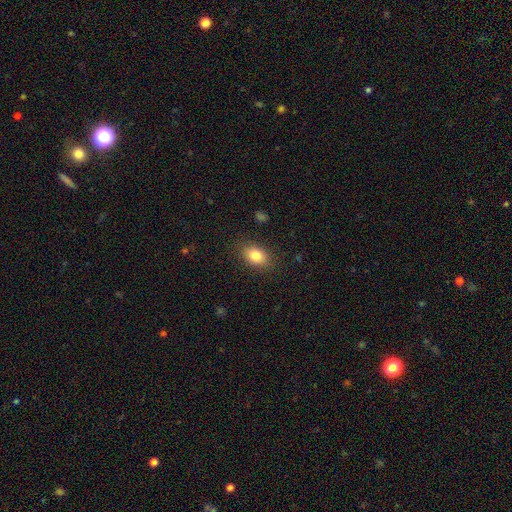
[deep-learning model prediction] smooth-or-featured: smooth: 83% | star or artifact: 9% | featured or disk: 8%
  how-rounded: in between: 76% | round: 22% | cigar-shaped: 1%
  merging: none: 86% | minor disturbance: 10% | major disturbance: 3% | merger: 1%